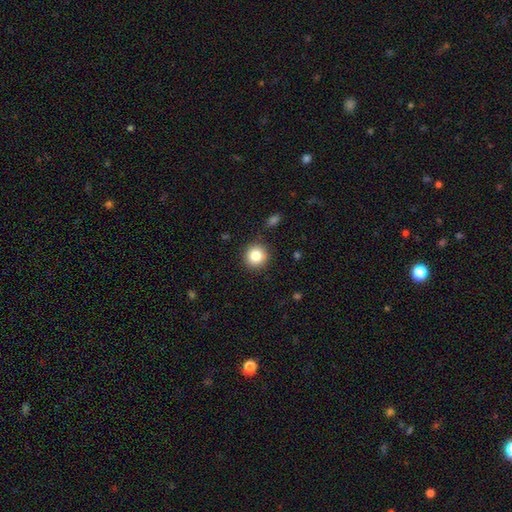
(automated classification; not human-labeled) Q: Smooth or featured?
A: smooth (84%); runner-up: star or artifact (10%)
Q: How rounded?
A: round (93%); runner-up: in between (6%)
Q: Merging?
A: none (89%); runner-up: minor disturbance (7%)